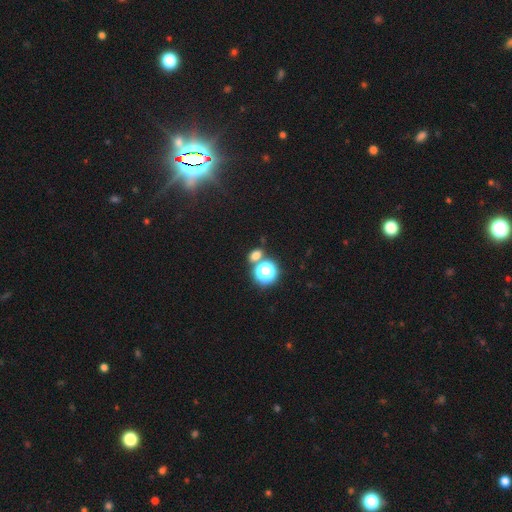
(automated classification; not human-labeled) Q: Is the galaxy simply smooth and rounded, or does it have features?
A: smooth — 65%.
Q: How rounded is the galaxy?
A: round — 50%.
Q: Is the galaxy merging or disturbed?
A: none — 69%.